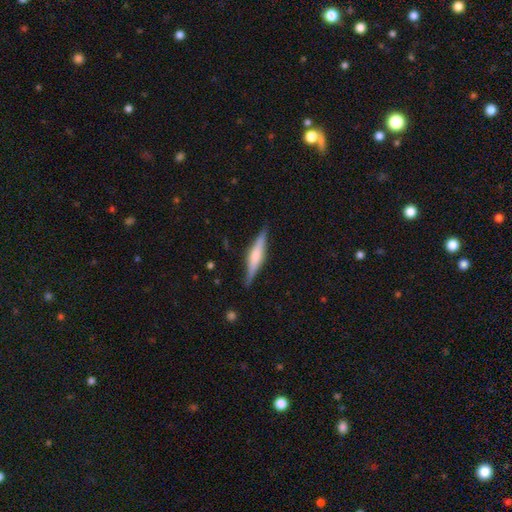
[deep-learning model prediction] Smooth or featured? Predicted: featured or disk (p=0.57). Edge-on disk? Predicted: yes (p=0.97). Edge-on bulge? Predicted: rounded (p=0.62). Merging? Predicted: none (p=0.86).